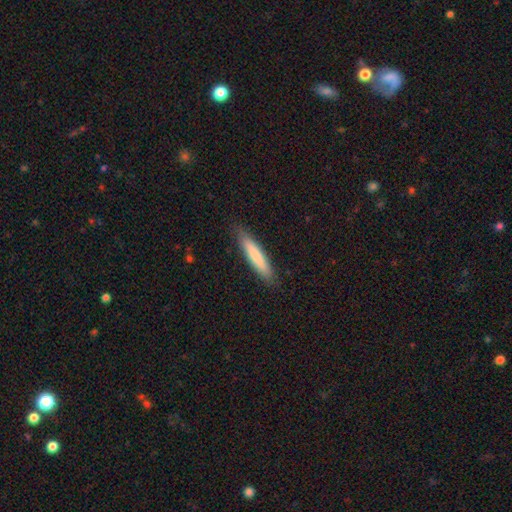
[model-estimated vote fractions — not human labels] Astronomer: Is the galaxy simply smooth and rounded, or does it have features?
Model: smooth — 79%.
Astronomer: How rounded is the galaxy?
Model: cigar-shaped — 90%.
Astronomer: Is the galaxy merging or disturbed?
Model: none — 88%.